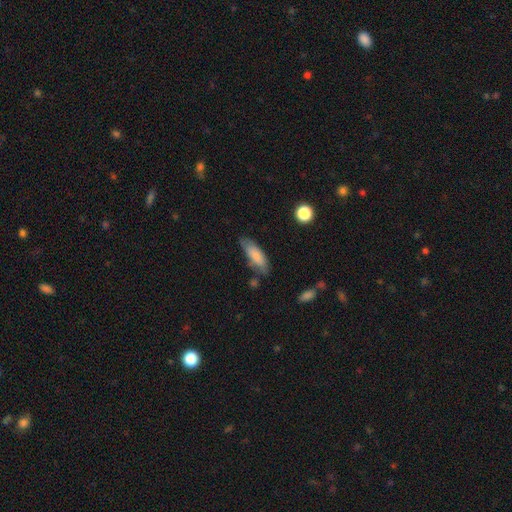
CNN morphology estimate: This is clearly a smooth galaxy (81%). How rounded: possibly in between (59%). Merging: likely none (63%).